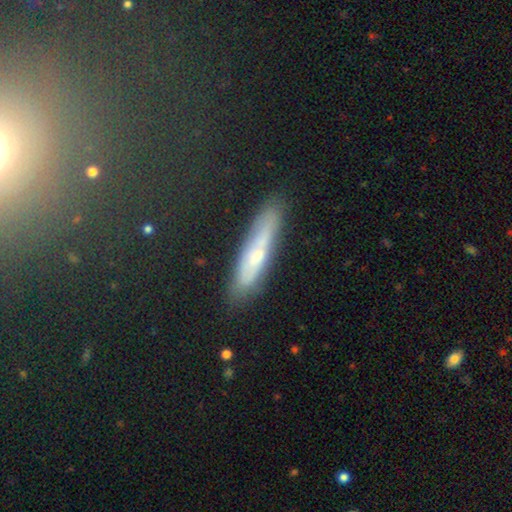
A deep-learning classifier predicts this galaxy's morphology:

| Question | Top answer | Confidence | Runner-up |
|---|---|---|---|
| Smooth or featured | featured or disk | 47% | smooth (45%) |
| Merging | none | 80% | minor disturbance (14%) |